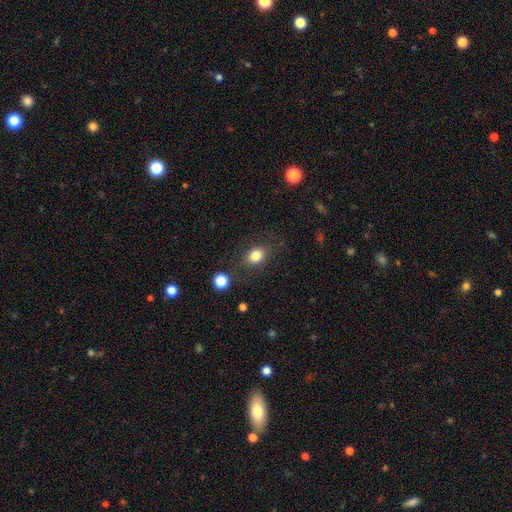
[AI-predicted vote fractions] This appears to be a smooth galaxy with no disk features (82%) that is in between round and cigar-shaped (52%). Merging: none (78%).